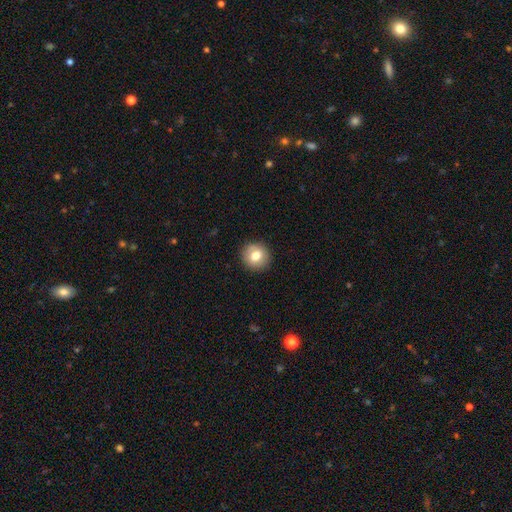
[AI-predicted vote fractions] Q: Smooth or featured?
A: smooth (77%); runner-up: featured or disk (14%)
Q: How rounded?
A: round (91%); runner-up: in between (8%)
Q: Merging?
A: none (91%); runner-up: minor disturbance (6%)